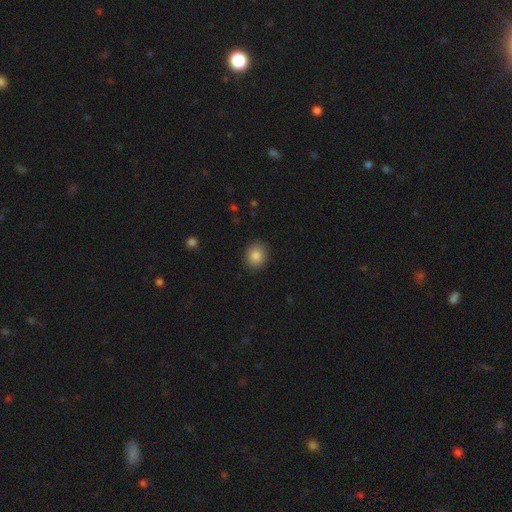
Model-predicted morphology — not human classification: type=smooth (85%); roundness=round (70%); merging=none (90%).